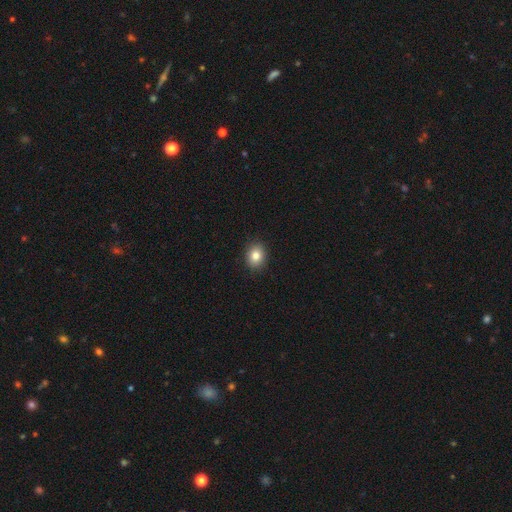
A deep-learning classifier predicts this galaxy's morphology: This appears to be a smooth galaxy with no disk features (83%) that is round (52%). Merging: none (90%).